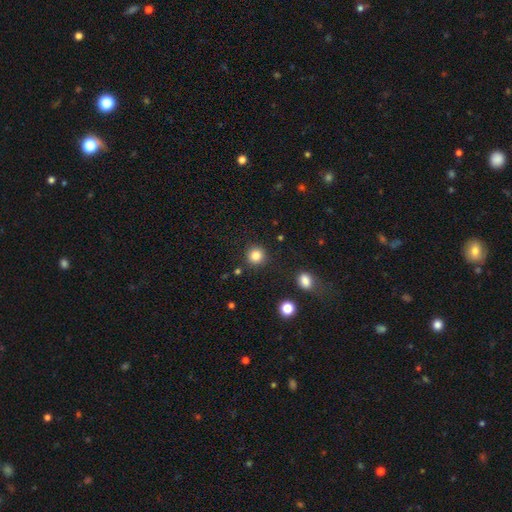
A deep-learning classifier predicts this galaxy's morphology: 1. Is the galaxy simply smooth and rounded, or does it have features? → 84% smooth, 11% star or artifact, 5% featured or disk.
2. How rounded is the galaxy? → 93% round, 6% in between, 1% cigar-shaped.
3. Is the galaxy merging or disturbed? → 89% none, 6% minor disturbance, 2% major disturbance, 2% merger.